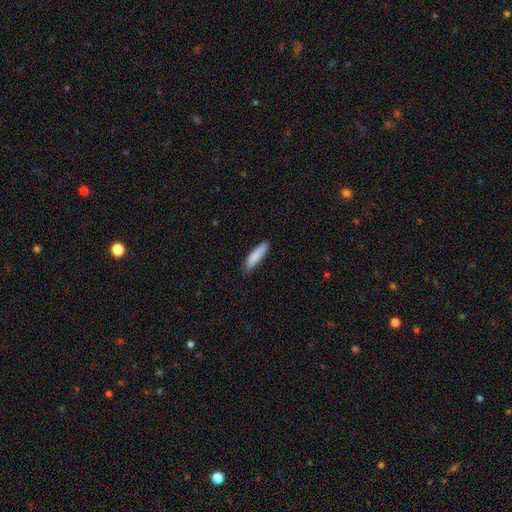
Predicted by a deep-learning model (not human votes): This appears to be a smooth galaxy with no disk features (87%) that is cigar-shaped (67%). Merging: none (84%).